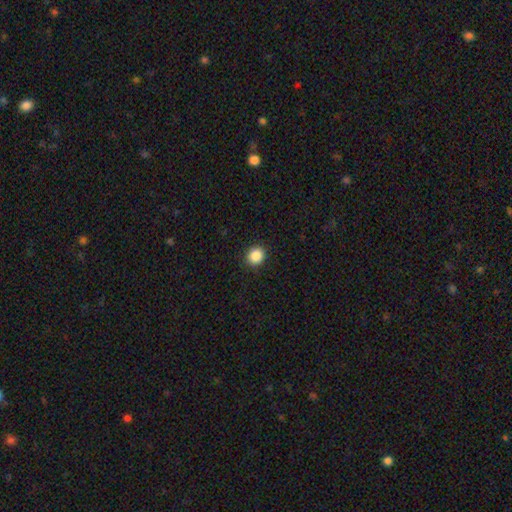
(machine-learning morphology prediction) Smooth or featured? Predicted: smooth (p=0.87). How rounded? Predicted: round (p=0.83). Merging? Predicted: none (p=0.91).